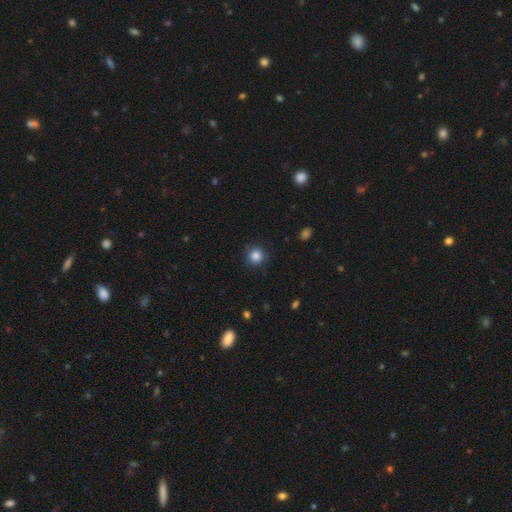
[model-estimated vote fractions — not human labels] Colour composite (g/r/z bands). It shows a smooth galaxy with no disk features (85%) that is round (93%). Merging: none (87%).